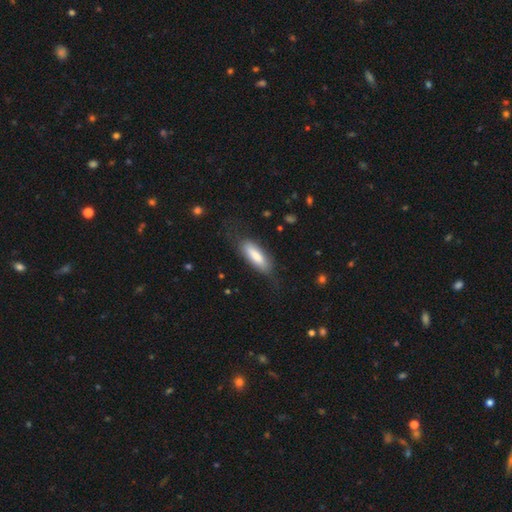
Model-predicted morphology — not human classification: smooth 78%, featured or disk 16%, star or artifact 6%. Down the decision tree: how rounded — in between (59%); merging — none (71%).